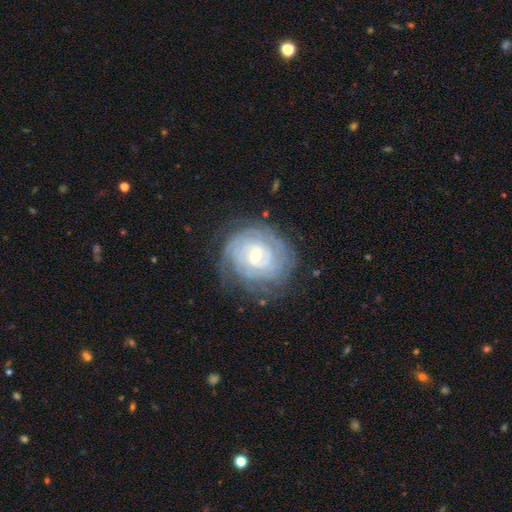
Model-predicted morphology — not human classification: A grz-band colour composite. It shows a featured or disk galaxy (83%) with no bar (63%), tight (83%) spiral arms (92%) and a small central bulge (50%). Merging: none (75%).